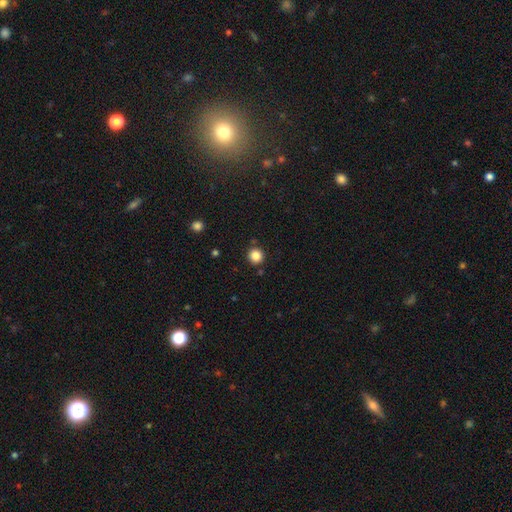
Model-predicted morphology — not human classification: smooth_or_featured: smooth (p=0.85) [alt: star or artifact p=0.12]
how_rounded: round (p=0.95) [alt: in between p=0.04]
merging: none (p=0.89) [alt: minor disturbance p=0.06]